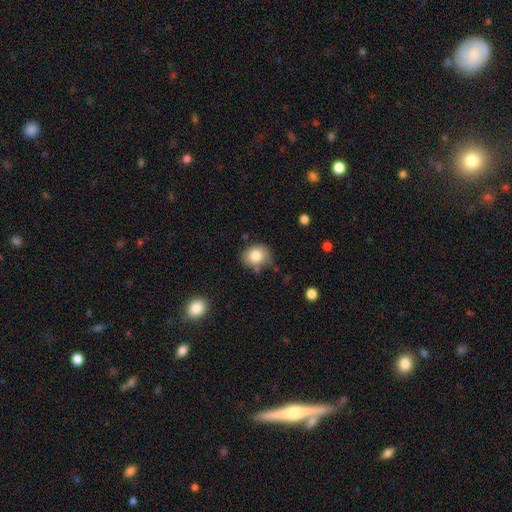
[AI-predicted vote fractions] Morphology: type=smooth (81%); roundness=round (60%); merging=none (73%).